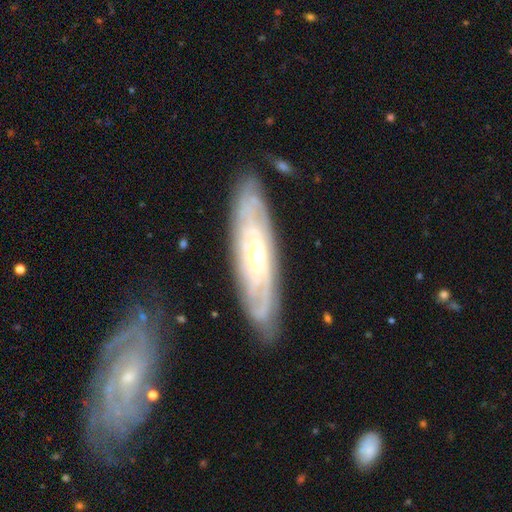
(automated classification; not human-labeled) Smooth or featured? featured or disk (81%)
Edge-on disk? no (76%)
Bar? no (68%)
Spiral arms? yes (90%)
Spiral winding? tight (75%)
Spiral arm count? can't tell (57%)
Bulge size? small (48%)
Merging? none (81%)